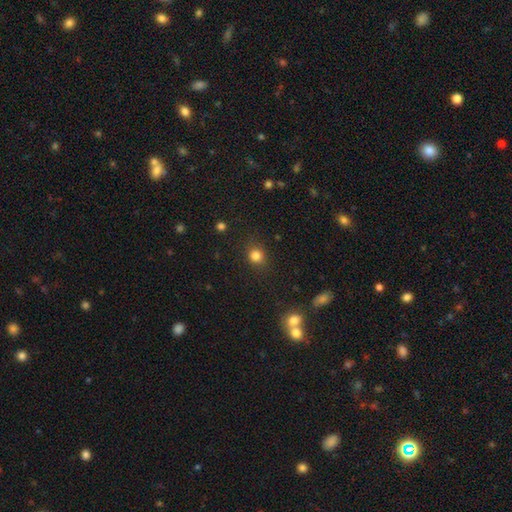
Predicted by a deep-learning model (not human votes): A smooth galaxy with no disk features (82%) that is round (80%).

Vote fractions:
- Smooth or featured? smooth: 82% / star or artifact: 13% / featured or disk: 5%
- How rounded? round: 80% / in between: 19% / cigar-shaped: 1%
- Merging? none: 86% / minor disturbance: 9% / major disturbance: 3% / merger: 2%